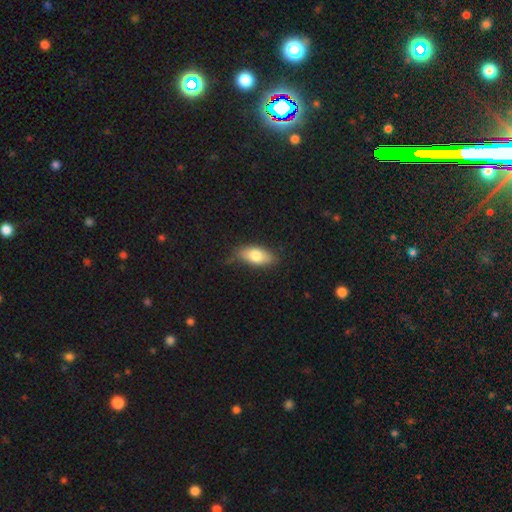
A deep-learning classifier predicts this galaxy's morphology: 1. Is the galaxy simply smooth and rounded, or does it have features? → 77% smooth, 16% featured or disk, 7% star or artifact.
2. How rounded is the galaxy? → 86% in between, 10% cigar-shaped, 4% round.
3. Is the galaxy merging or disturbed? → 71% none, 23% minor disturbance, 5% major disturbance, 2% merger.